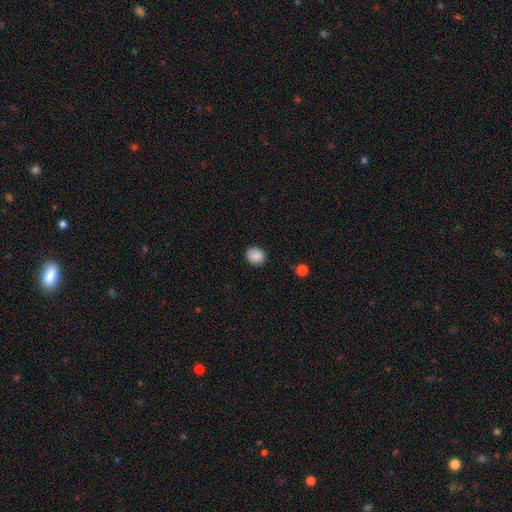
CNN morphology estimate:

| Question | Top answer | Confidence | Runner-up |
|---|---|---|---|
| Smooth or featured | smooth | 87% | star or artifact (8%) |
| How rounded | round | 65% | in between (34%) |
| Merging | none | 86% | minor disturbance (10%) |